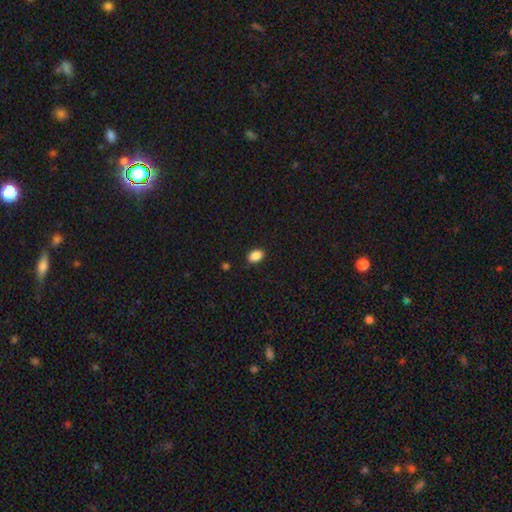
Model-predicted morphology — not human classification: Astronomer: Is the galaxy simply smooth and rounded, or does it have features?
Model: smooth — 89%.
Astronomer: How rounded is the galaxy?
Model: in between — 84%.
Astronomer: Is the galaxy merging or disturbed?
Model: none — 87%.